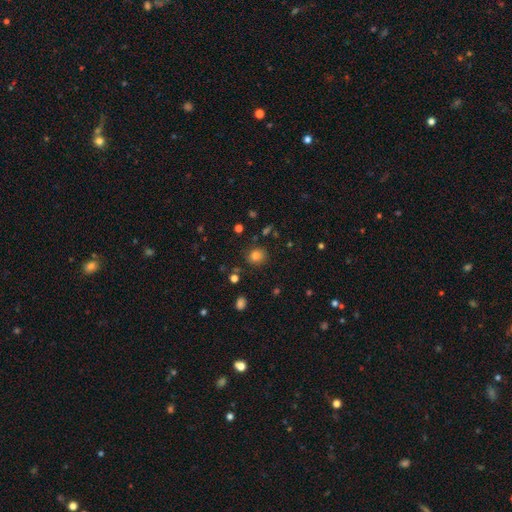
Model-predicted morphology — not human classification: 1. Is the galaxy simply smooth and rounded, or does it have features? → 79% smooth, 14% star or artifact, 7% featured or disk.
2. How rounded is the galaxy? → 81% round, 18% in between, 1% cigar-shaped.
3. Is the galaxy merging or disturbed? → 85% none, 10% minor disturbance, 3% major disturbance, 2% merger.